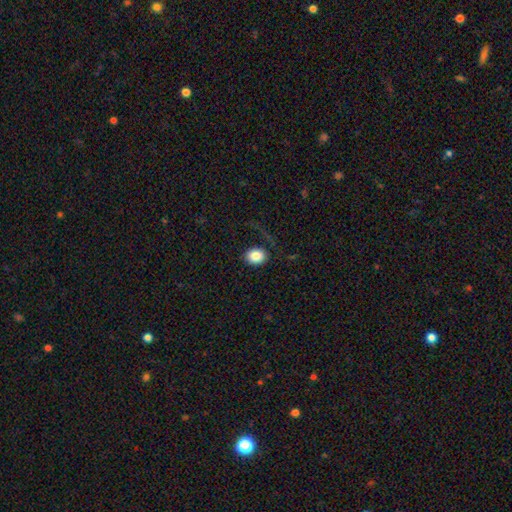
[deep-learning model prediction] A smooth galaxy with no disk features (84%) that is round (54%). Merging: none (78%).